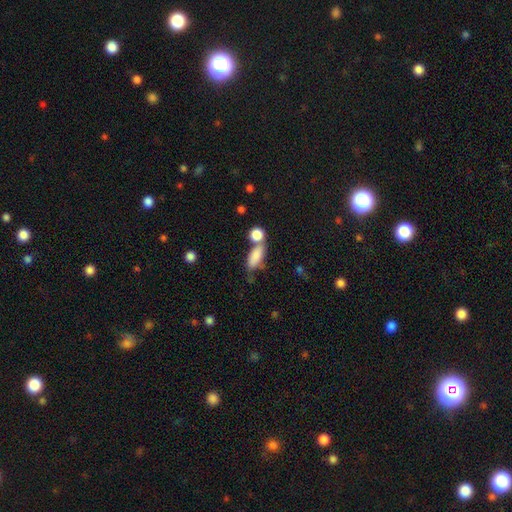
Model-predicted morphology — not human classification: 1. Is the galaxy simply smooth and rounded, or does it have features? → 82% smooth, 10% featured or disk, 8% star or artifact.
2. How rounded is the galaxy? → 76% in between, 18% cigar-shaped, 7% round.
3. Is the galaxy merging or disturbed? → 44% none, 35% merger, 15% minor disturbance, 7% major disturbance.